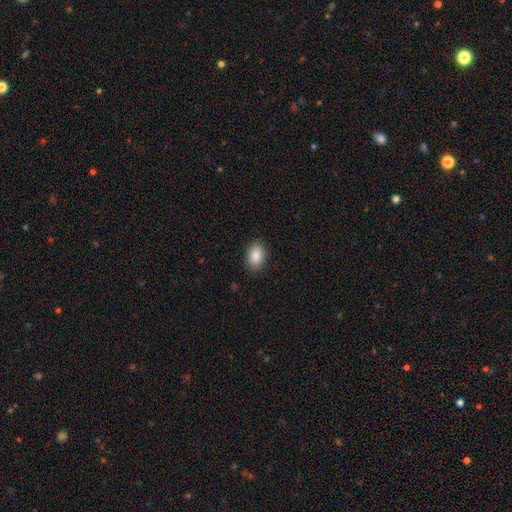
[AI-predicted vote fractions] Smooth or featured: smooth — 87% (star or artifact — 8%)
How rounded: in between — 79% (round — 20%)
Merging: none — 88% (minor disturbance — 8%)